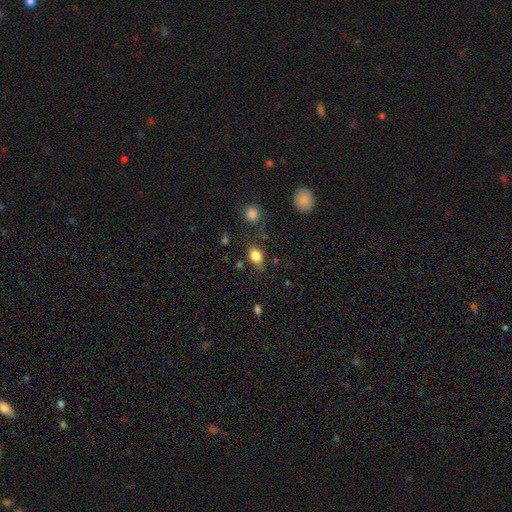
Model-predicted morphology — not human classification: Smooth or featured? Predicted: smooth (p=0.83). How rounded? Predicted: in between (p=0.69). Merging? Predicted: none (p=0.72).